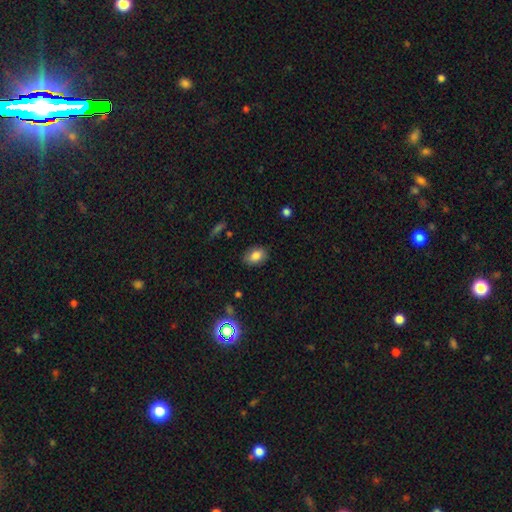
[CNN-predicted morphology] Smooth or featured?
  - smooth: 83% *
  - star or artifact: 10%
  - featured or disk: 8%
How rounded?
  - in between: 81% *
  - round: 17%
  - cigar-shaped: 1%
Merging?
  - none: 84% *
  - minor disturbance: 12%
  - major disturbance: 3%
  - merger: 1%